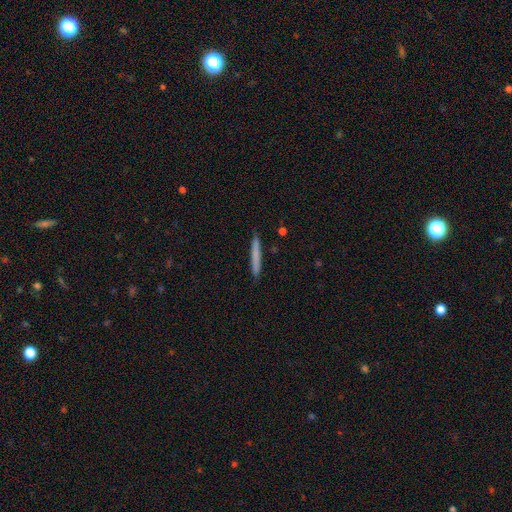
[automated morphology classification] A smooth galaxy with no disk features (72%) that is cigar-shaped (97%). Merging: none (91%).